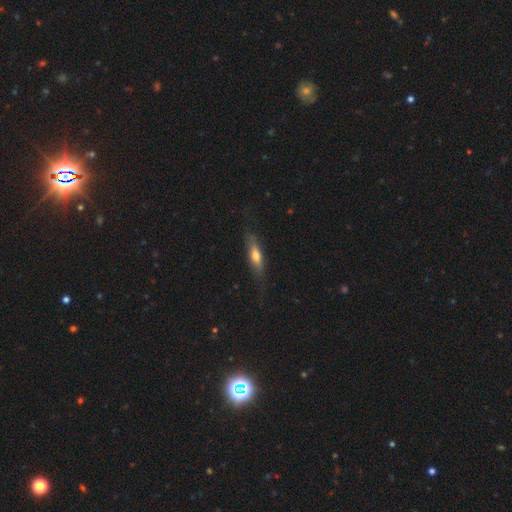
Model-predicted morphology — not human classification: This is possibly a smooth galaxy (58%). How rounded: likely cigar-shaped (61%). Merging: likely none (76%).